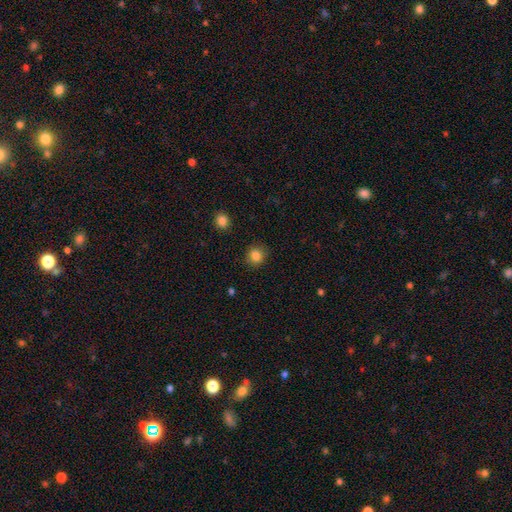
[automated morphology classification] Overall: smooth (84%). How rounded: round (83%). Merging: none (88%).